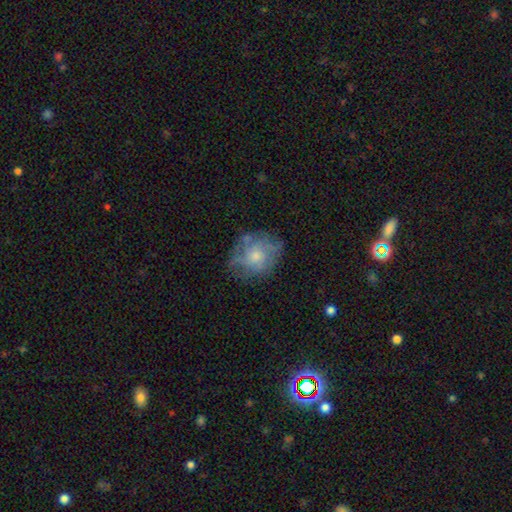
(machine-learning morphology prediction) smooth-or-featured: featured or disk: 51% | smooth: 40% | star or artifact: 9%
  disk-edge-on: no: 97% | yes: 3%
  merging: none: 63% | minor disturbance: 22% | major disturbance: 13% | merger: 2%